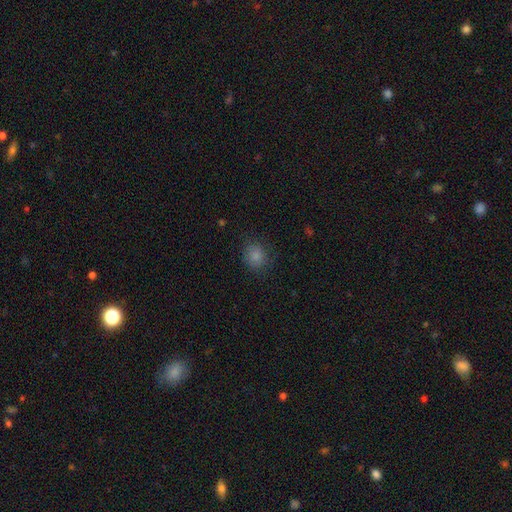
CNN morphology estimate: A smooth galaxy with no disk features (84%) that is round (75%). Merging: none (81%).